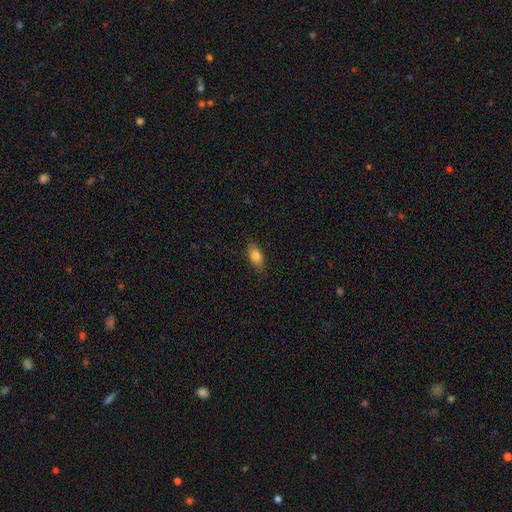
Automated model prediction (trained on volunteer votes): A smooth galaxy with no disk features (84%) that is in between round and cigar-shaped (88%).

Vote fractions:
- Smooth or featured? smooth: 84% / featured or disk: 8% / star or artifact: 8%
- How rounded? in between: 88% / cigar-shaped: 7% / round: 4%
- Merging? none: 85% / minor disturbance: 12% / major disturbance: 3% / merger: 1%